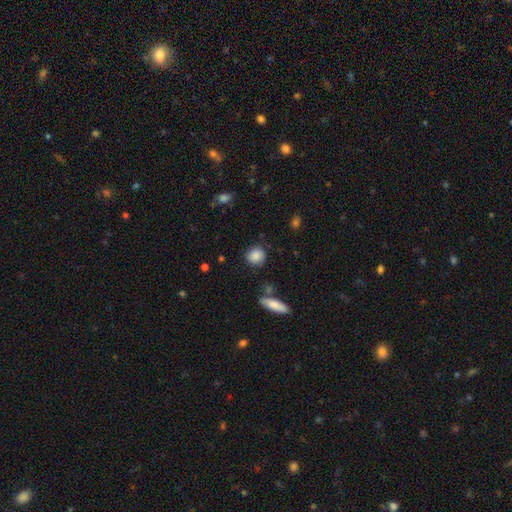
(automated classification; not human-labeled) The model was most divided on "how rounded": round: 79%, in between: 19%, cigar-shaped: 2%. More confident: smooth or featured — smooth (86%); merging — none (81%).